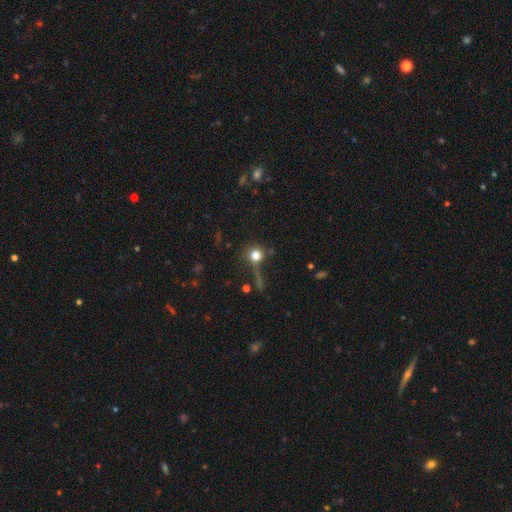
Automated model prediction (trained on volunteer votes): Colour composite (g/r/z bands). It shows a smooth galaxy with no disk features (75%) that is round (90%). Merging: none (60%).